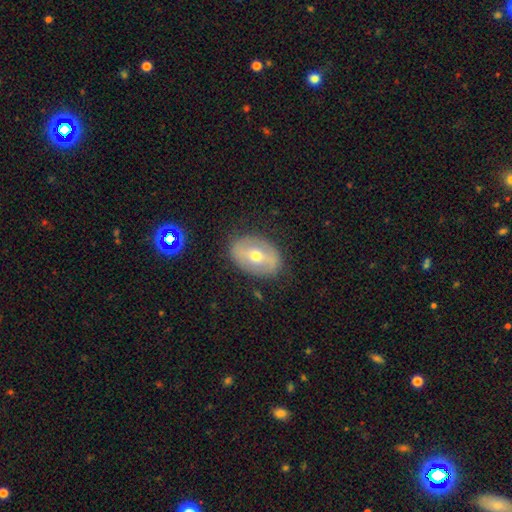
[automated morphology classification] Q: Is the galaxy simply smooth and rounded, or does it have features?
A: featured or disk — 55%.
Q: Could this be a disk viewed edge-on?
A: no — 91%.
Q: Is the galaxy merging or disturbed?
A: none — 81%.